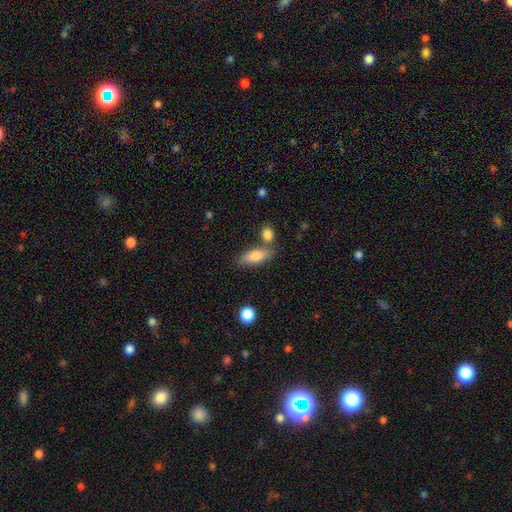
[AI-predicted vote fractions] Smooth or featured: smooth — 79% (featured or disk — 14%)
How rounded: in between — 72% (cigar-shaped — 25%)
Merging: none — 65% (merger — 17%)